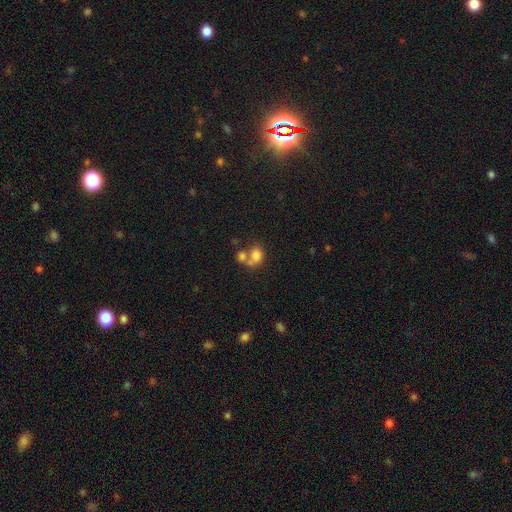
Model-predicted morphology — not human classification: Smooth or featured?
  - smooth: 76% *
  - featured or disk: 13%
  - star or artifact: 11%
How rounded?
  - round: 53% *
  - in between: 46%
  - cigar-shaped: 1%
Merging?
  - merger: 52% *
  - none: 32%
  - minor disturbance: 10%
  - major disturbance: 6%